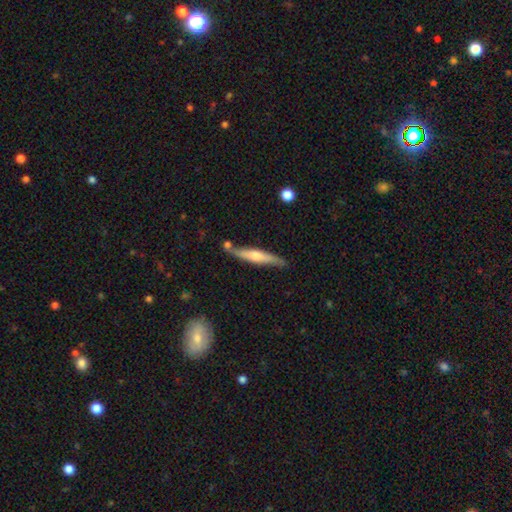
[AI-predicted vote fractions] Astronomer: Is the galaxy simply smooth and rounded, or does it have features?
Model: featured or disk — 53% (runner-up: smooth, 42%).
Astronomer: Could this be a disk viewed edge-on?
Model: yes — 91%.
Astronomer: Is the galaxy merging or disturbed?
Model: none — 70%.